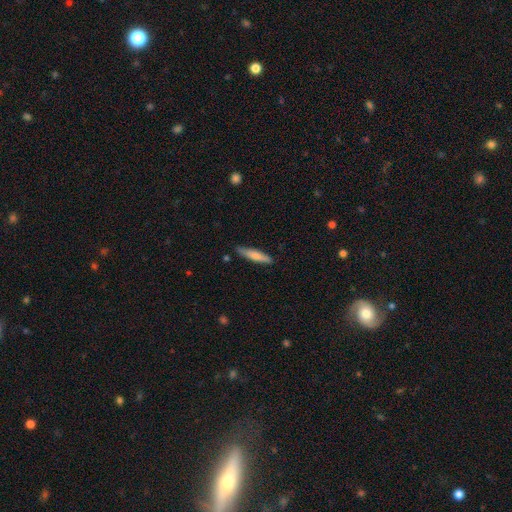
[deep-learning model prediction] The model was most divided on "smooth or featured": smooth: 70%, featured or disk: 24%, star or artifact: 6%. More confident: how rounded — cigar-shaped (86%); merging — none (83%).